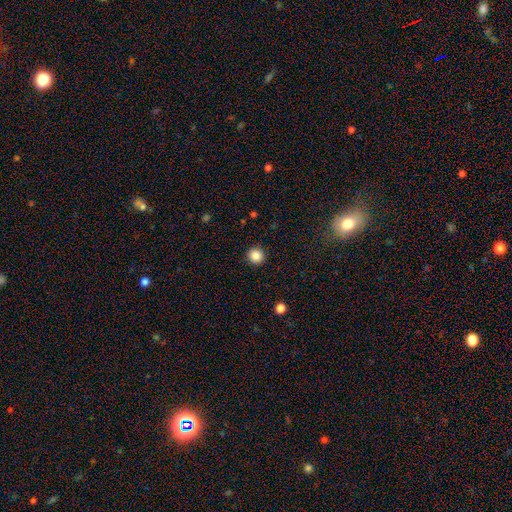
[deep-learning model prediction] Smooth or featured? Predicted: smooth (p=0.86). How rounded? Predicted: round (p=0.95). Merging? Predicted: none (p=0.93).